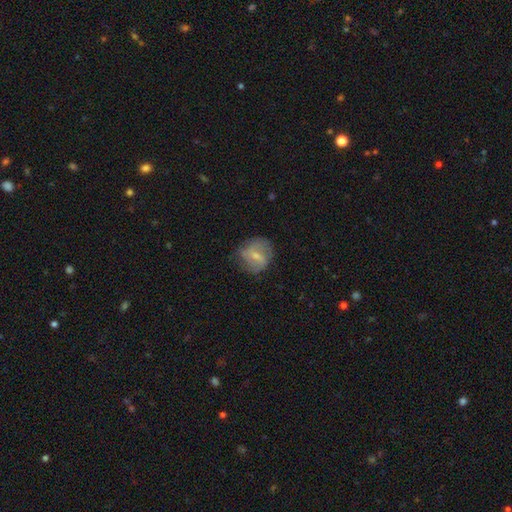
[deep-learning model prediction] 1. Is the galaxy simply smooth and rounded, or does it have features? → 57% featured or disk, 36% smooth, 7% star or artifact.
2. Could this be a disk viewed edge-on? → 97% no, 3% yes.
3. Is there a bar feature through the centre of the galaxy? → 55% weak, 23% strong, 22% no.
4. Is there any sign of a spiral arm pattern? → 77% yes, 23% no.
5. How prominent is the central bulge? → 55% small, 34% moderate, 8% none, 2% large, 1% dominant.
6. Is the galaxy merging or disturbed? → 65% none, 23% minor disturbance, 11% major disturbance, 1% merger.